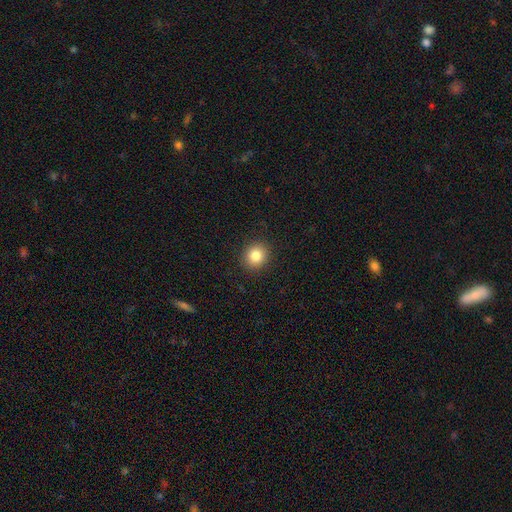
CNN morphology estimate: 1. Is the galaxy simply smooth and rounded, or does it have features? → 83% smooth, 10% star or artifact, 6% featured or disk.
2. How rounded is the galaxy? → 82% round, 17% in between, 1% cigar-shaped.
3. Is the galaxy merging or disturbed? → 91% none, 6% minor disturbance, 2% major disturbance, 1% merger.